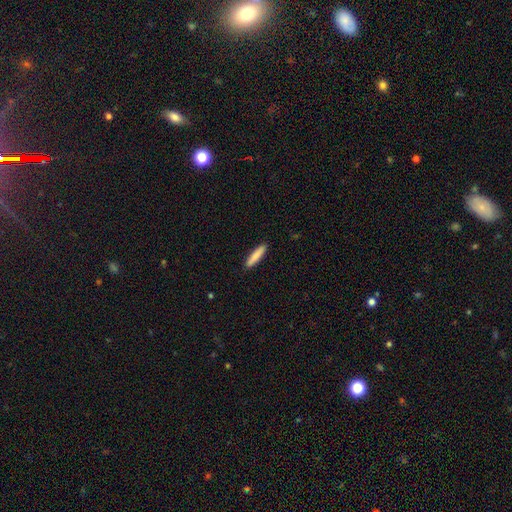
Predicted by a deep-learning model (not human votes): Overall: smooth (84%). How rounded: cigar-shaped (88%). Merging: none (90%).